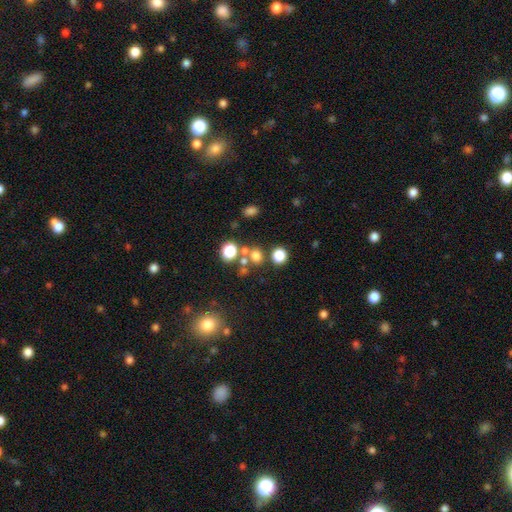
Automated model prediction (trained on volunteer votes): Morphology: type=smooth (69%); roundness=round (82%); merging=none (66%).